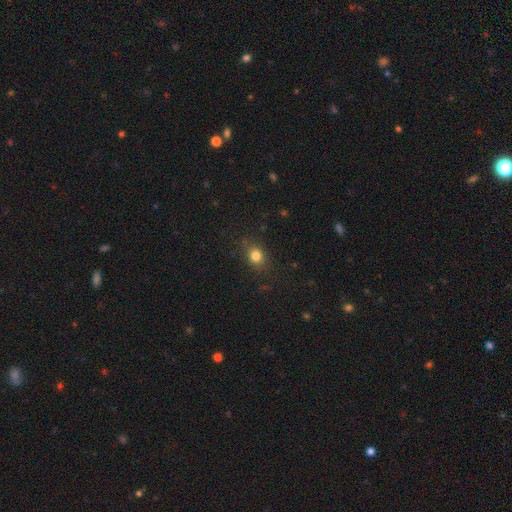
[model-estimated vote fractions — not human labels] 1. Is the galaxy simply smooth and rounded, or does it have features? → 81% smooth, 13% star or artifact, 6% featured or disk.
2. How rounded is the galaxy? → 59% round, 40% in between, 1% cigar-shaped.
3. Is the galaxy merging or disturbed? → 84% none, 11% minor disturbance, 4% major disturbance, 1% merger.